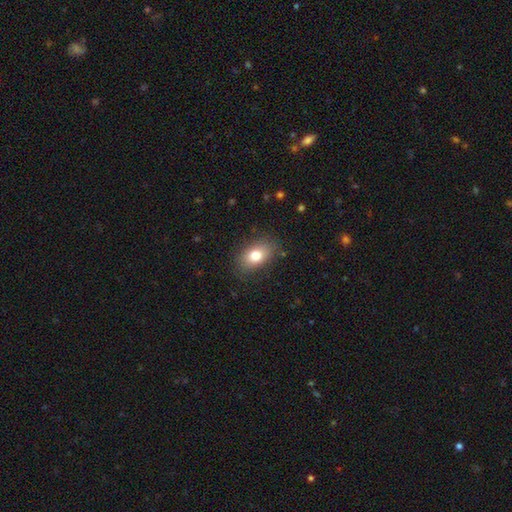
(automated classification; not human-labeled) Smooth or featured?
  - smooth: 80% *
  - featured or disk: 12%
  - star or artifact: 9%
How rounded?
  - in between: 85% *
  - round: 13%
  - cigar-shaped: 2%
Merging?
  - none: 83% *
  - minor disturbance: 12%
  - major disturbance: 4%
  - merger: 1%